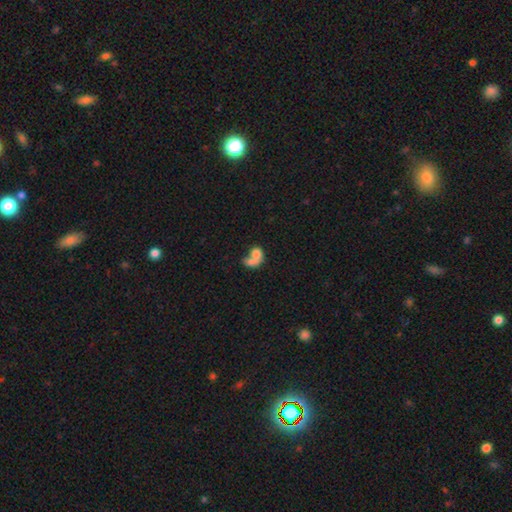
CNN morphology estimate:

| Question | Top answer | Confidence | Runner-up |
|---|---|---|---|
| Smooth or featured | smooth | 70% | featured or disk (20%) |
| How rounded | in between | 58% | round (40%) |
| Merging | merger | 66% | none (17%) |